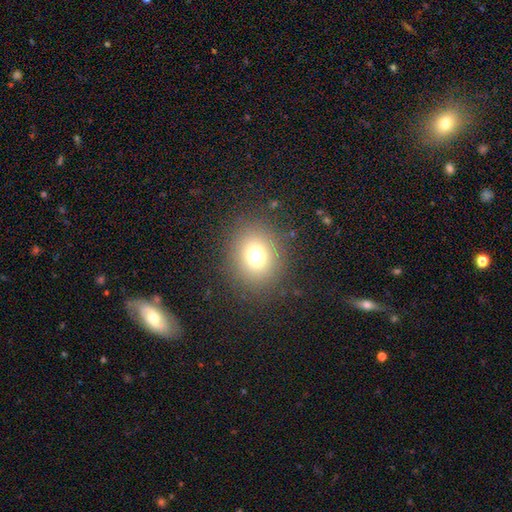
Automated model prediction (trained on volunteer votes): smooth-or-featured: smooth: 71% | star or artifact: 20% | featured or disk: 10%
  how-rounded: round: 73% | in between: 26% | cigar-shaped: 1%
  merging: none: 86% | minor disturbance: 7% | major disturbance: 5% | merger: 1%